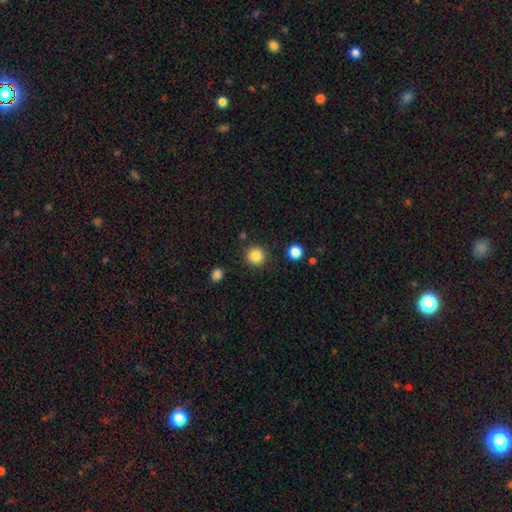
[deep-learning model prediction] A smooth galaxy with no disk features (85%) that is round (95%).

Vote fractions:
- Smooth or featured? smooth: 85% / star or artifact: 11% / featured or disk: 5%
- How rounded? round: 95% / in between: 4% / cigar-shaped: 1%
- Merging? none: 90% / minor disturbance: 6% / major disturbance: 2% / merger: 2%